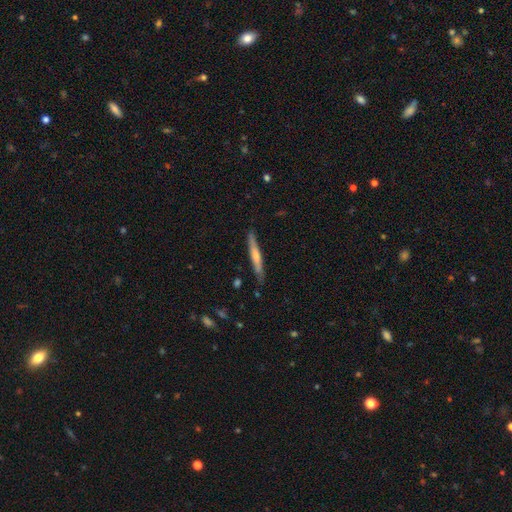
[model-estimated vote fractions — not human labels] featured or disk 51%, smooth 43%, star or artifact 6%. Down the decision tree: edge-on disk — yes (95%); merging — none (86%).